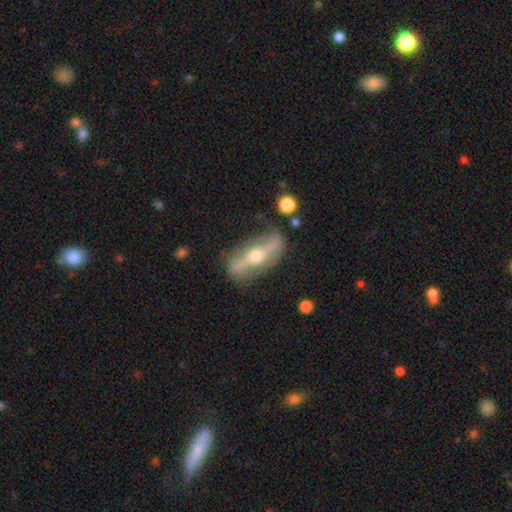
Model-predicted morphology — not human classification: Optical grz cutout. It shows a featured or disk galaxy (74%). Merging: none (74%).